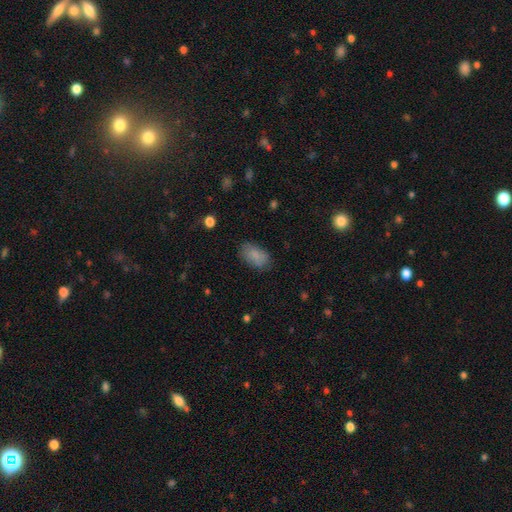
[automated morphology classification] This appears to be a smooth galaxy with no disk features (84%) that is in between round and cigar-shaped (92%). Merging: none (76%).